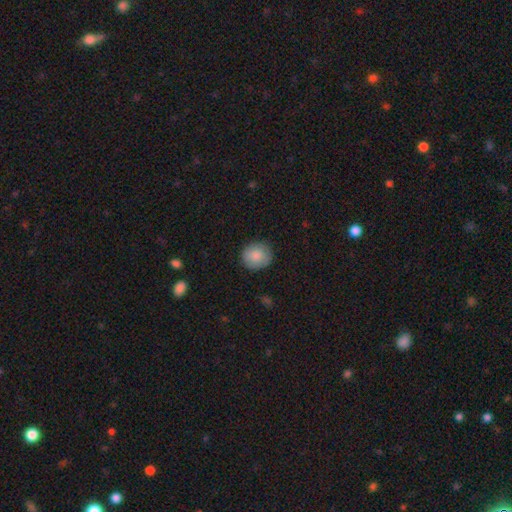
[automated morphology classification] Q: Smooth or featured?
A: smooth (85%); runner-up: featured or disk (8%)
Q: How rounded?
A: round (87%); runner-up: in between (12%)
Q: Merging?
A: none (85%); runner-up: minor disturbance (11%)